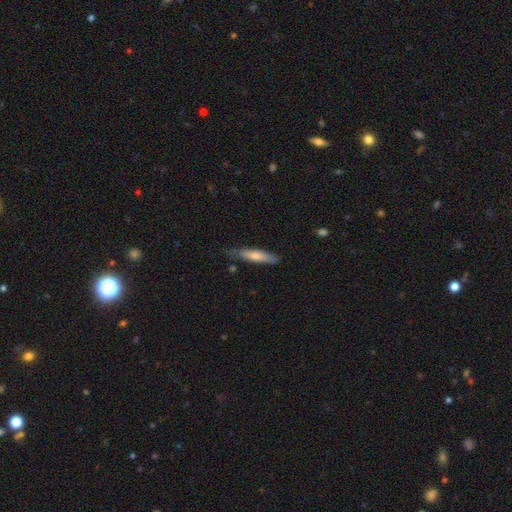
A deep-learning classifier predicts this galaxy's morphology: Smooth or featured?
  - smooth: 69% *
  - featured or disk: 25%
  - star or artifact: 5%
How rounded?
  - cigar-shaped: 81% *
  - in between: 18%
  - round: 1%
Merging?
  - none: 72% *
  - minor disturbance: 22%
  - major disturbance: 4%
  - merger: 2%